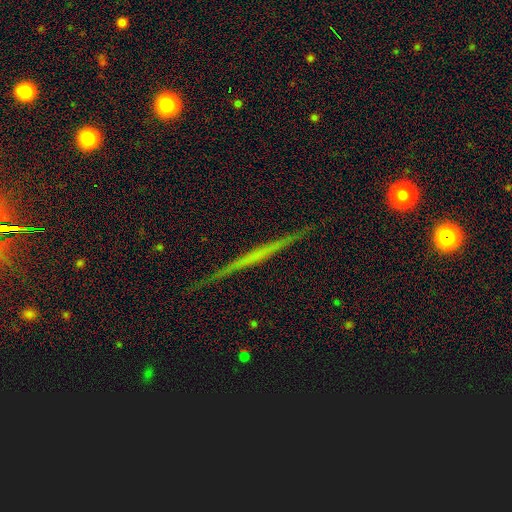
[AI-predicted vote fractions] Smooth or featured? featured or disk (63%)
Edge-on disk? yes (97%)
Edge-on bulge? none (86%)
Merging? none (92%)